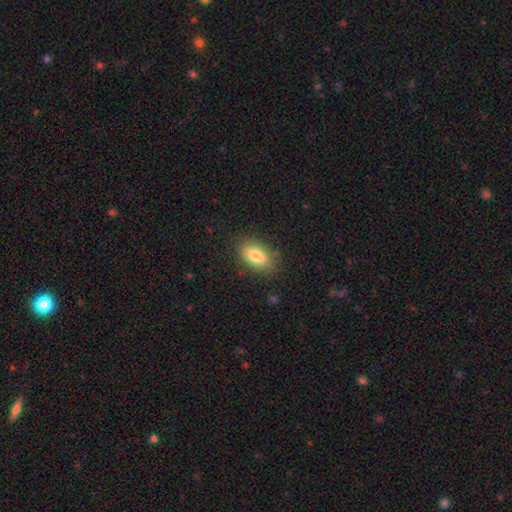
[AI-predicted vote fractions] This is likely a smooth galaxy (80%). How rounded: clearly in between (90%). Merging: clearly none (83%).